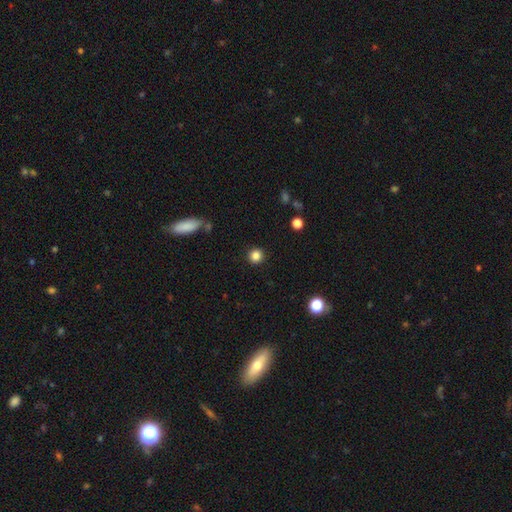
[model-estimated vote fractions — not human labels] smooth 84%, star or artifact 12%, featured or disk 4%. Down the decision tree: how rounded — round (94%); merging — none (91%).